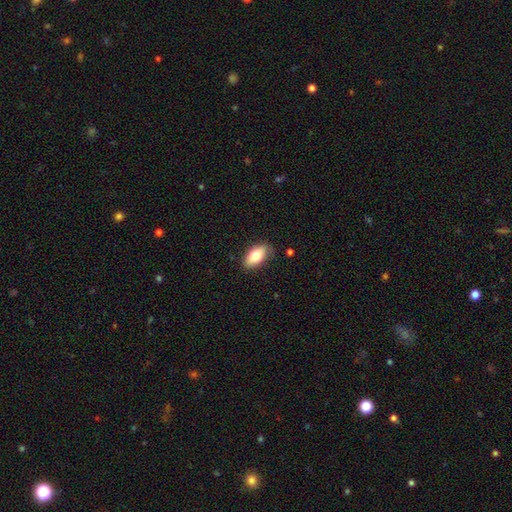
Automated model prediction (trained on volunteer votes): Smooth or featured?
  - smooth: 76% *
  - featured or disk: 17%
  - star or artifact: 7%
How rounded?
  - in between: 90% *
  - round: 5%
  - cigar-shaped: 5%
Merging?
  - none: 80% *
  - minor disturbance: 15%
  - major disturbance: 3%
  - merger: 1%